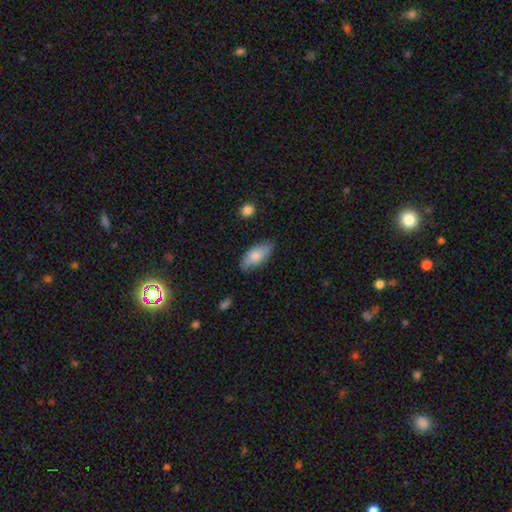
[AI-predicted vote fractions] Smooth or featured? smooth (74%)
How rounded? in between (88%)
Merging? none (73%)